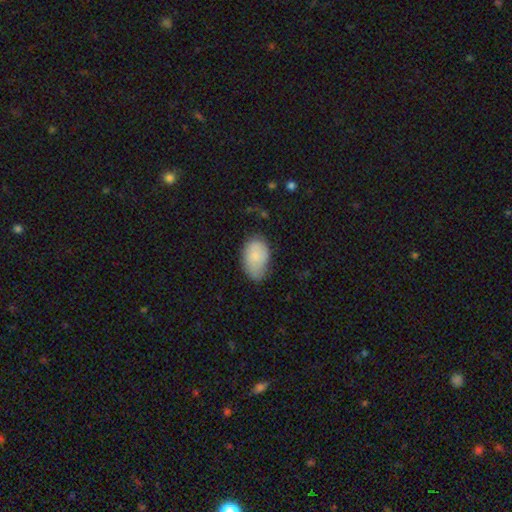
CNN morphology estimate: smooth_or_featured: smooth (p=0.81) [alt: featured or disk p=0.13]
how_rounded: in between (p=0.90) [alt: round p=0.08]
merging: none (p=0.59) [alt: minor disturbance p=0.32]